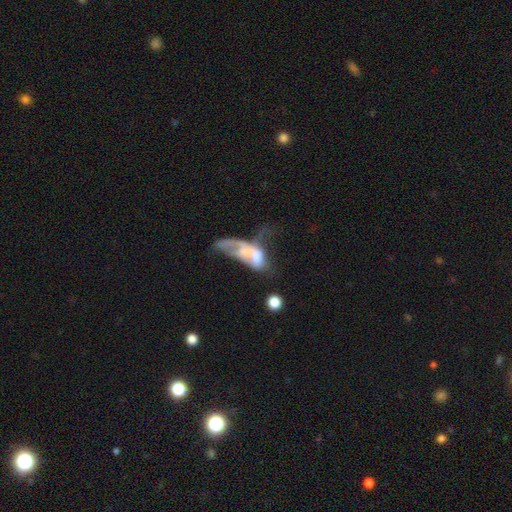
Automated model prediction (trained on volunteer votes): Smooth or featured?
  - featured or disk: 51% *
  - smooth: 38%
  - star or artifact: 11%
Edge-on disk?
  - no: 87% *
  - yes: 13%
Merging?
  - merger: 41% *
  - major disturbance: 39%
  - none: 11%
  - minor disturbance: 10%